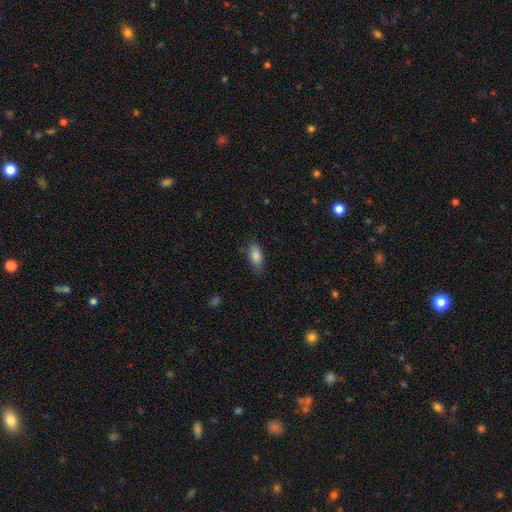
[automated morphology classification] Smooth or featured? smooth (85%)
How rounded? in between (85%)
Merging? none (77%)